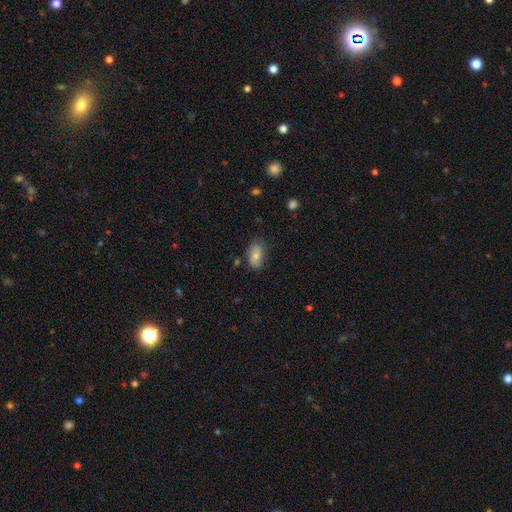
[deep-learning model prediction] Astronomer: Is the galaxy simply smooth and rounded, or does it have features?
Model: smooth — 76%.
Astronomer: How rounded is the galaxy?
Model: in between — 92%.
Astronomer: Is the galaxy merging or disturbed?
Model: none — 70%.